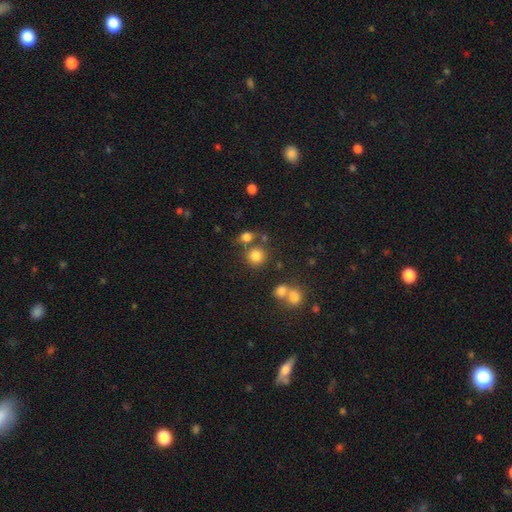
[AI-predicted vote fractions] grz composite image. It shows a smooth galaxy with no disk features (80%) that is round (89%). Merging: none (70%).